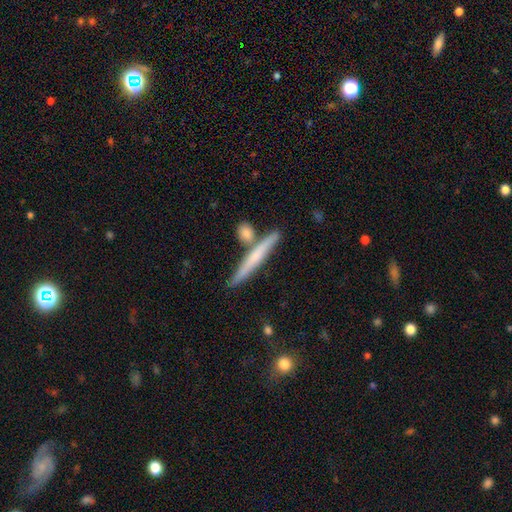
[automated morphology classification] Smooth or featured?
  - smooth: 49% *
  - featured or disk: 45%
  - star or artifact: 6%
Merging?
  - none: 77% *
  - merger: 11%
  - minor disturbance: 10%
  - major disturbance: 2%